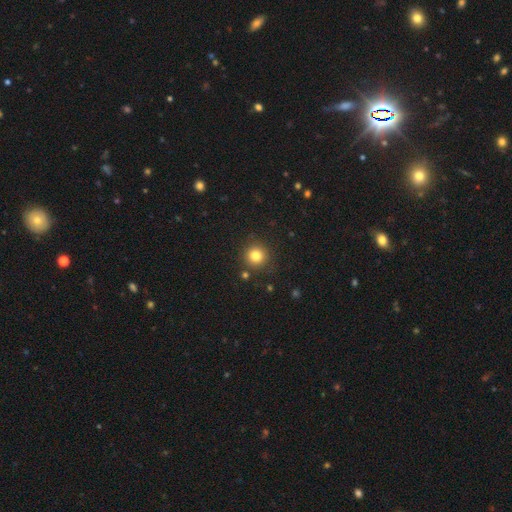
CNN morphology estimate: The model was most divided on "smooth or featured": smooth: 81%, star or artifact: 12%, featured or disk: 7%. More confident: how rounded — round (94%); merging — none (87%).